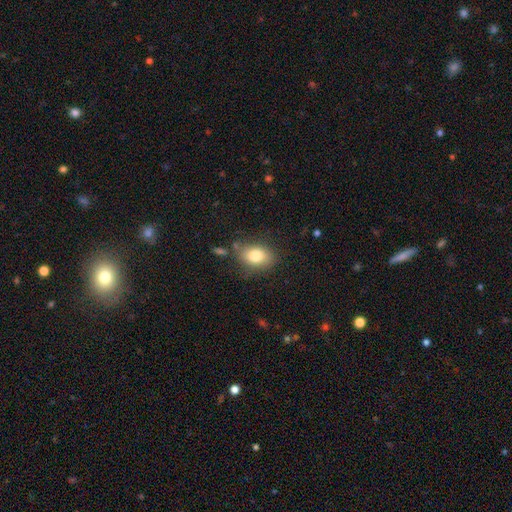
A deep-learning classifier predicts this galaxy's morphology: Smooth or featured? Predicted: smooth (p=0.79). How rounded? Predicted: in between (p=0.76). Merging? Predicted: none (p=0.74).